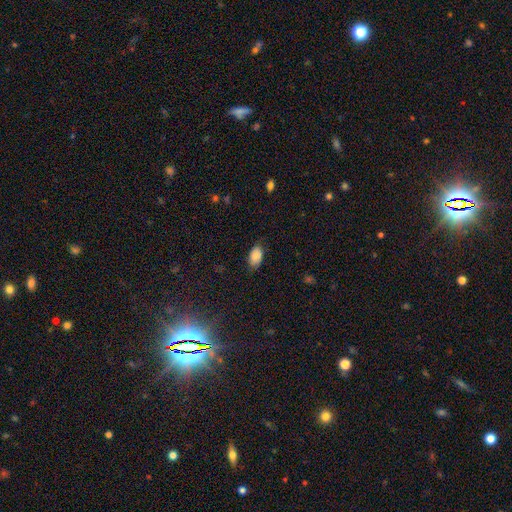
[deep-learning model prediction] smooth-or-featured: smooth: 84% | featured or disk: 8% | star or artifact: 8%
  how-rounded: in between: 93% | round: 5% | cigar-shaped: 2%
  merging: none: 72% | minor disturbance: 22% | major disturbance: 5% | merger: 1%